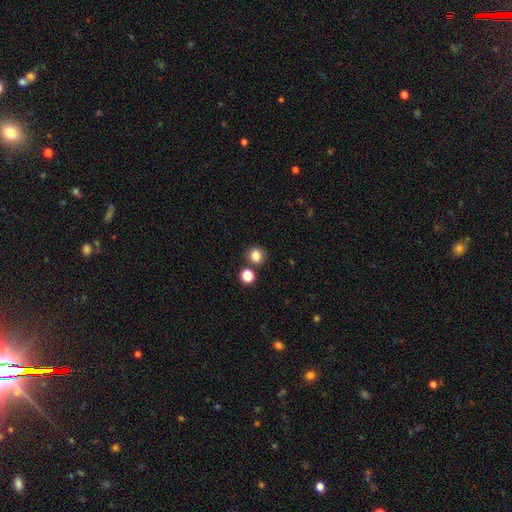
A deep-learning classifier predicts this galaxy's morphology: smooth 83%, star or artifact 12%, featured or disk 5%. Down the decision tree: how rounded — round (87%); merging — none (80%).